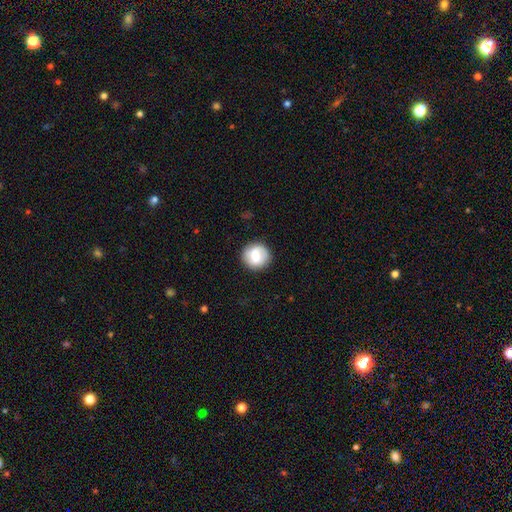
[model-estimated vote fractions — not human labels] A smooth galaxy with no disk features (68%) that is round (91%).

Vote fractions:
- Smooth or featured? smooth: 68% / featured or disk: 25% / star or artifact: 7%
- How rounded? round: 91% / in between: 8% / cigar-shaped: 1%
- Merging? none: 86% / minor disturbance: 10% / major disturbance: 3% / merger: 1%